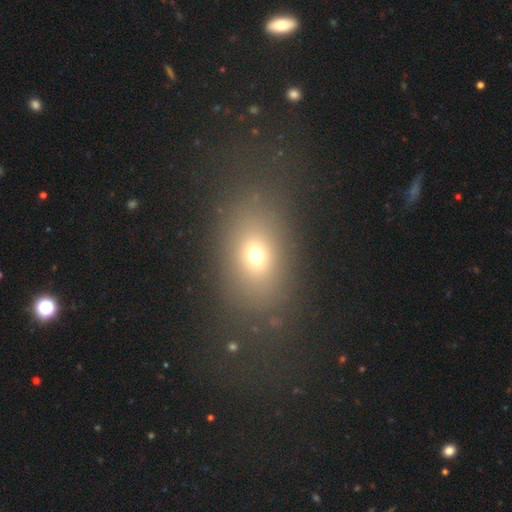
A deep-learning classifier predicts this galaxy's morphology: This is likely a smooth galaxy (66%). How rounded: likely in between (70%). Merging: likely none (74%).